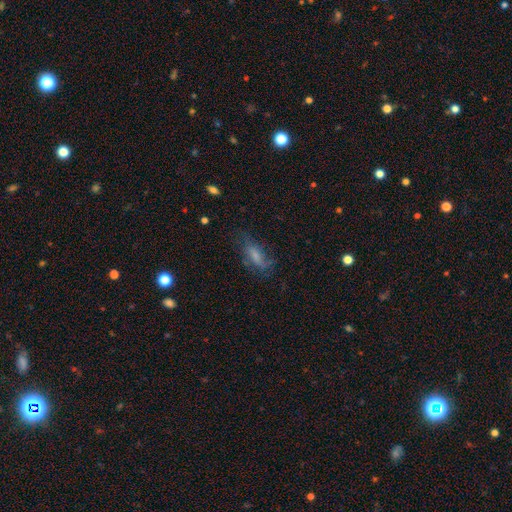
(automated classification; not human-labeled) Smooth or featured? smooth (49%)
Merging? none (52%)